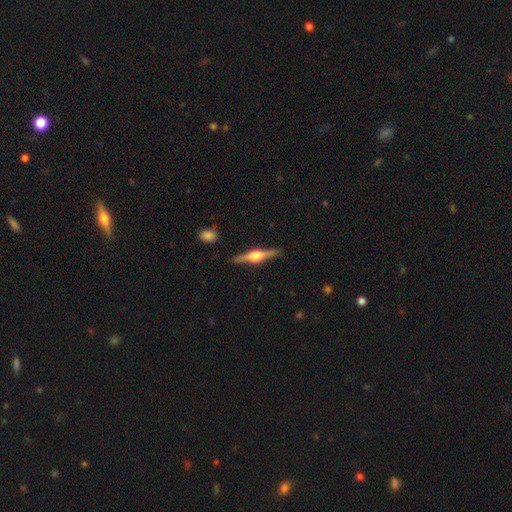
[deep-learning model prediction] A featured or disk galaxy (81%) viewed edge-on (98%) with a rounded central bulge (94%). Merging: none (89%).